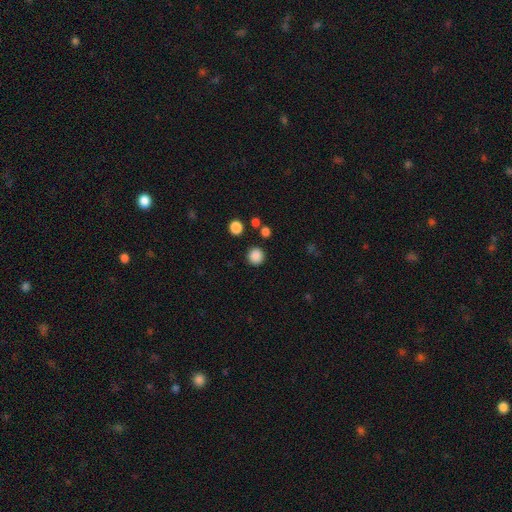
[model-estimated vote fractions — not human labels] smooth 86%, star or artifact 11%, featured or disk 3%. Down the decision tree: how rounded — round (93%); merging — none (89%).